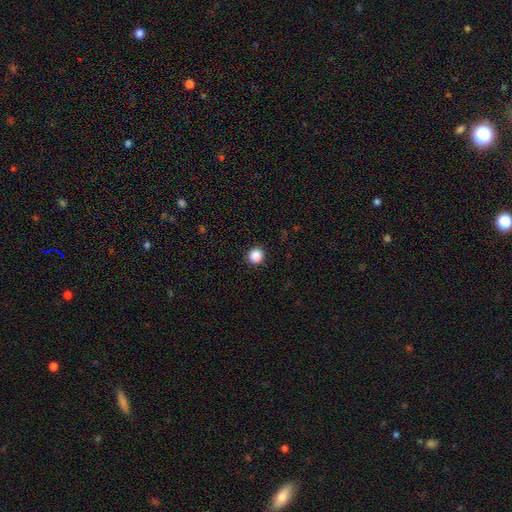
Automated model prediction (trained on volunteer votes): smooth-or-featured: smooth: 88% | star or artifact: 10% | featured or disk: 2%
  how-rounded: round: 93% | in between: 6% | cigar-shaped: 1%
  merging: none: 92% | minor disturbance: 5% | major disturbance: 2% | merger: 1%